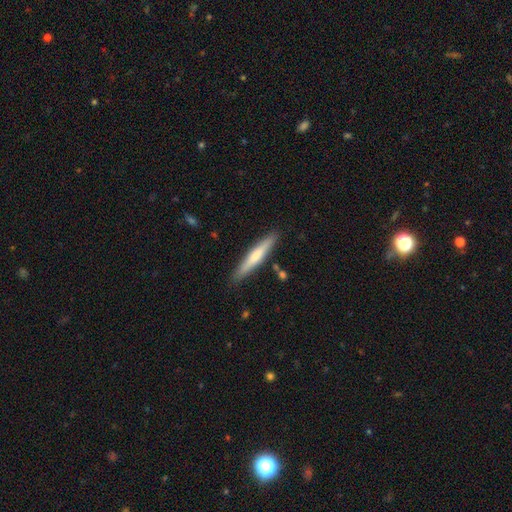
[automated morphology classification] This appears to be a smooth galaxy with no disk features (52%) that is cigar-shaped (93%). Merging: none (88%).